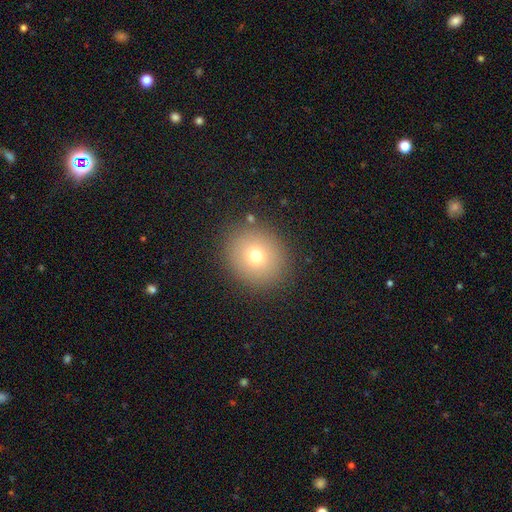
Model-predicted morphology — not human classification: Smooth or featured: smooth — 71% (star or artifact — 15%)
How rounded: round — 84% (in between — 15%)
Merging: none — 87% (minor disturbance — 7%)